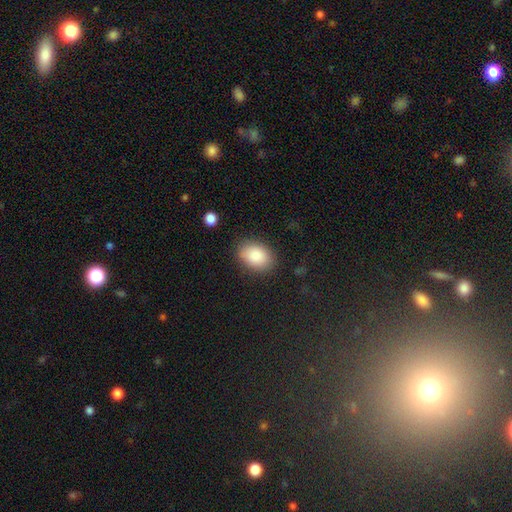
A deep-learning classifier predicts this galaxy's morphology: smooth 87%, star or artifact 7%, featured or disk 6%. Down the decision tree: how rounded — in between (79%); merging — none (84%).